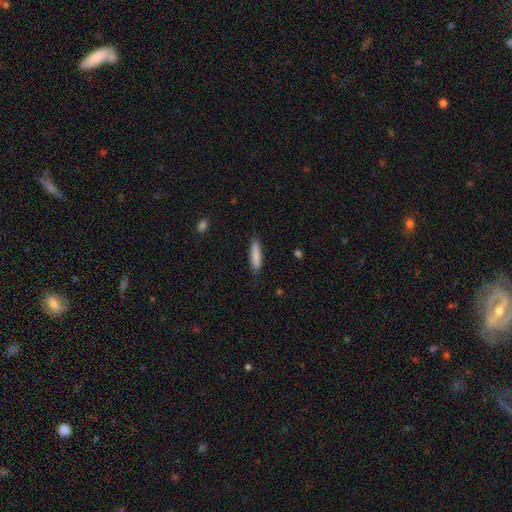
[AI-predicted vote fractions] Smooth or featured? smooth (85%)
How rounded? cigar-shaped (79%)
Merging? none (85%)